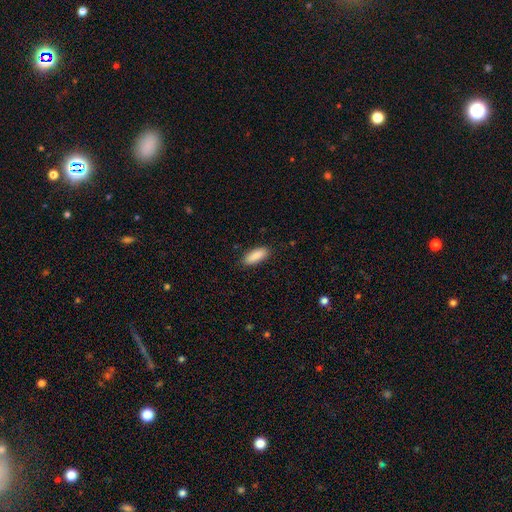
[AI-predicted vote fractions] smooth_or_featured: smooth (p=0.89) [alt: star or artifact p=0.06]
how_rounded: in between (p=0.70) [alt: cigar-shaped p=0.29]
merging: none (p=0.87) [alt: minor disturbance p=0.09]